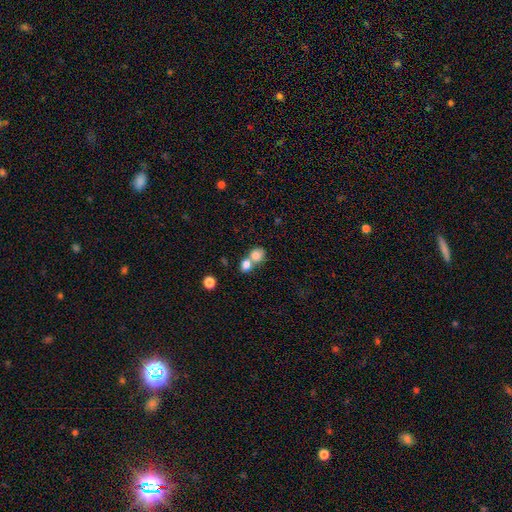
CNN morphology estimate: smooth 80%, featured or disk 11%, star or artifact 10%. Down the decision tree: how rounded — round (62%); merging — merger (62%).